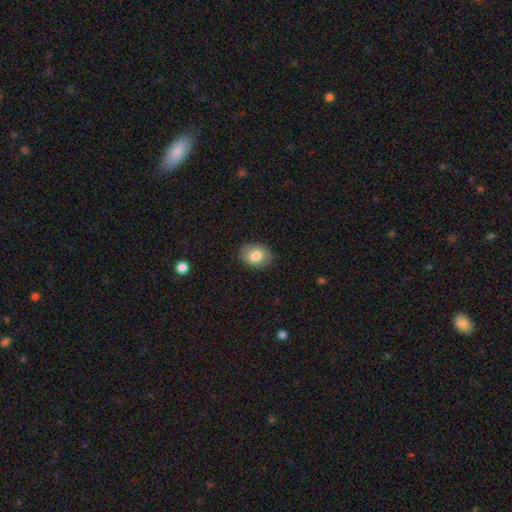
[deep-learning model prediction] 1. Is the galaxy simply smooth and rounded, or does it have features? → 81% smooth, 12% featured or disk, 7% star or artifact.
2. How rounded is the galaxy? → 71% in between, 28% round, 1% cigar-shaped.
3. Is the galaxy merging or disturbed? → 85% none, 11% minor disturbance, 3% major disturbance, 1% merger.